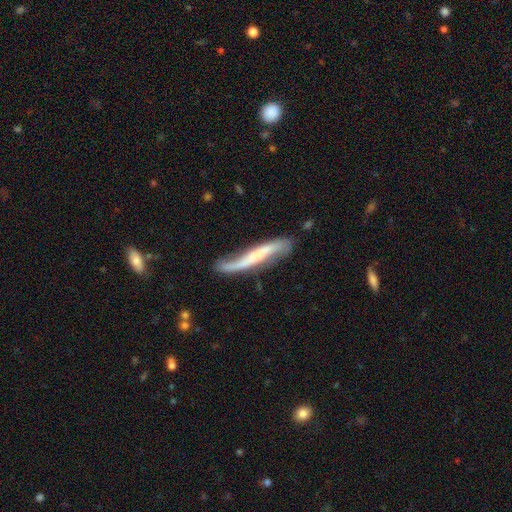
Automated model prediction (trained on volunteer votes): Morphology: type=featured or disk (64%); edge-on=no (51%); merging=none (55%).